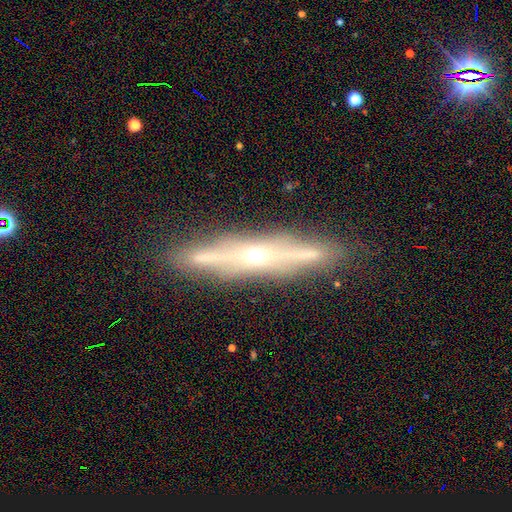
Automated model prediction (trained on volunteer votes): smooth_or_featured: featured or disk (p=0.77) [alt: smooth p=0.15]
disk_edge_on: yes (p=0.90) [alt: no p=0.10]
edge_on_bulge: rounded (p=0.75) [alt: none p=0.20]
merging: none (p=0.84) [alt: minor disturbance p=0.11]